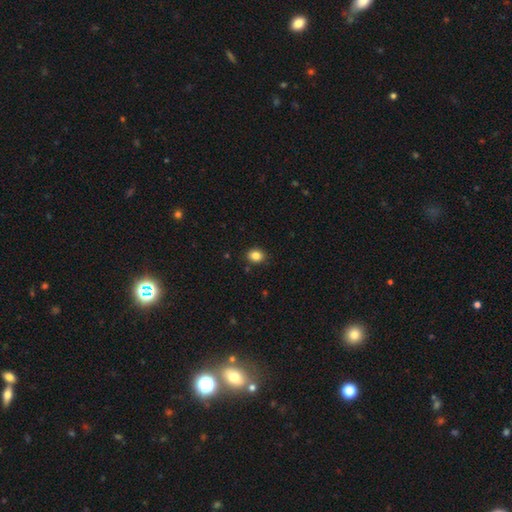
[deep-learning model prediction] The model was most divided on "how rounded": round: 53%, in between: 46%, cigar-shaped: 1%. More confident: merging — none (88%); smooth or featured — smooth (84%).